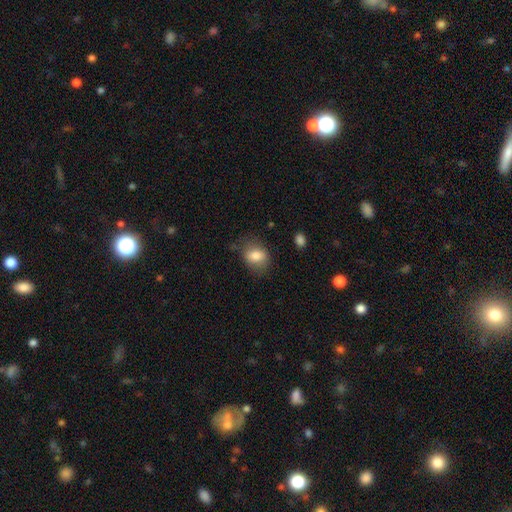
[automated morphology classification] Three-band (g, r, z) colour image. It shows a smooth galaxy with no disk features (79%) that is in between round and cigar-shaped (67%). Merging: none (68%).